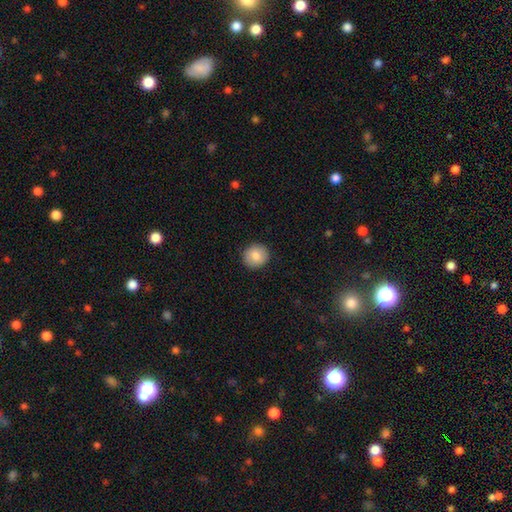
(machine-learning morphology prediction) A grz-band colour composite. It shows a smooth galaxy with no disk features (83%) that is round (91%). Merging: none (92%).